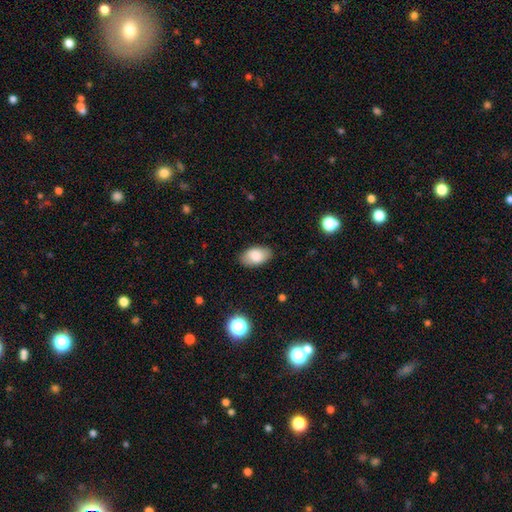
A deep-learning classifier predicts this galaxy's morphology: A smooth galaxy with no disk features (82%) that is in between round and cigar-shaped (94%).

Vote fractions:
- Smooth or featured? smooth: 82% / featured or disk: 11% / star or artifact: 7%
- How rounded? in between: 94% / round: 5% / cigar-shaped: 2%
- Merging? none: 85% / minor disturbance: 12% / major disturbance: 3% / merger: 1%